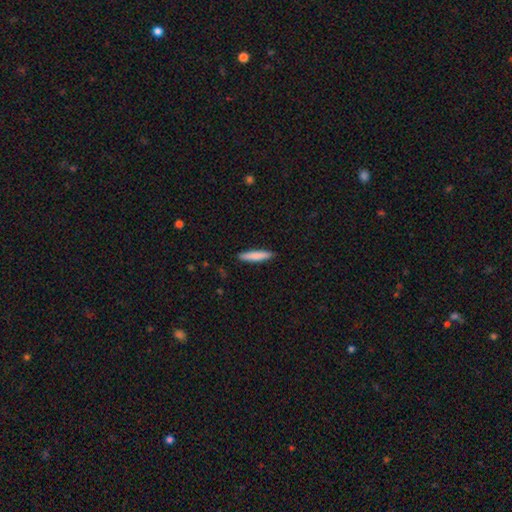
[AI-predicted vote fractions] This is clearly a smooth galaxy (82%). How rounded: clearly cigar-shaped (88%). Merging: clearly none (90%).